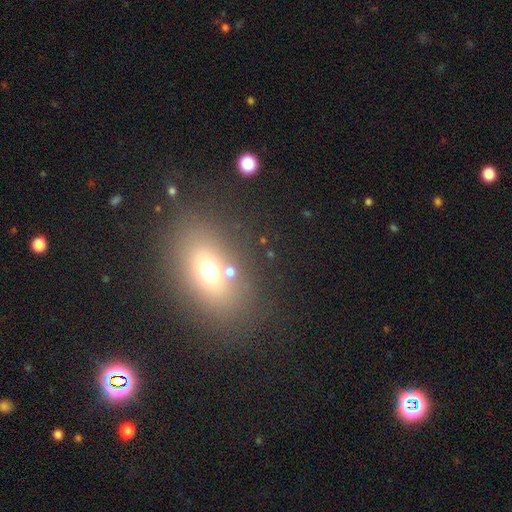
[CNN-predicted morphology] This is possibly a smooth galaxy (56%). How rounded: likely in between (74%). Merging: likely none (75%).